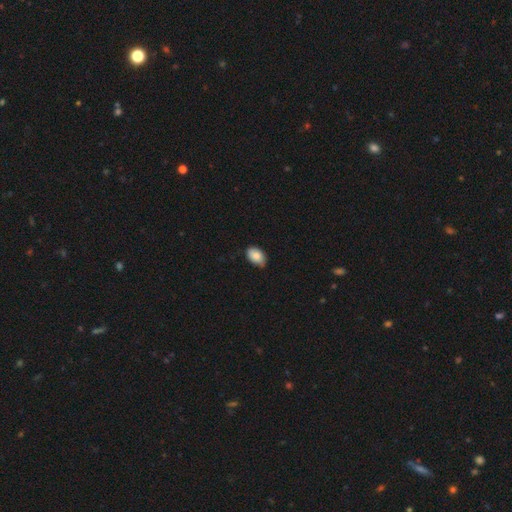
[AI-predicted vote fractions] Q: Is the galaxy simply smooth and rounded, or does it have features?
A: smooth — 87%.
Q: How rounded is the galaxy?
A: in between — 90%.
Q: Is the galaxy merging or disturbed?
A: none — 72%.